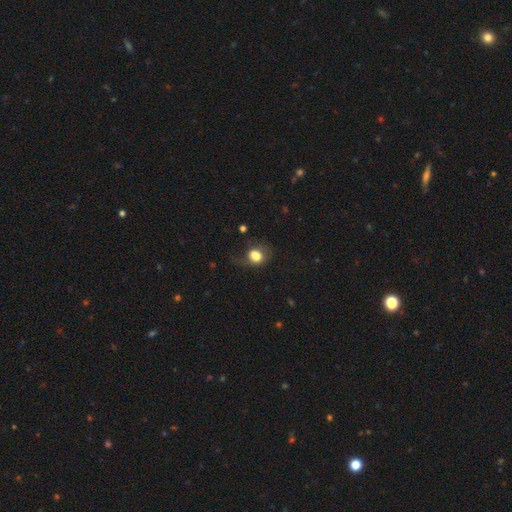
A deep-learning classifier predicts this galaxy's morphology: This appears to be a smooth galaxy with no disk features (76%) that is round (51%). Merging: none (36%).